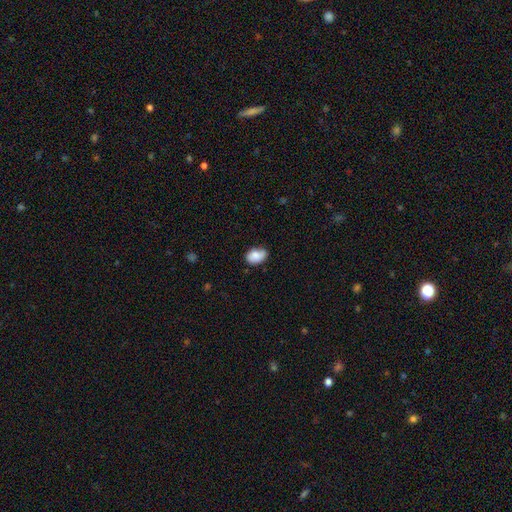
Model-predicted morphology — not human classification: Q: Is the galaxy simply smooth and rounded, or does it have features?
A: smooth — 82%.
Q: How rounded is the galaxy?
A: in between — 83%.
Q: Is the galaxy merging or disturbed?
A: none — 67%.